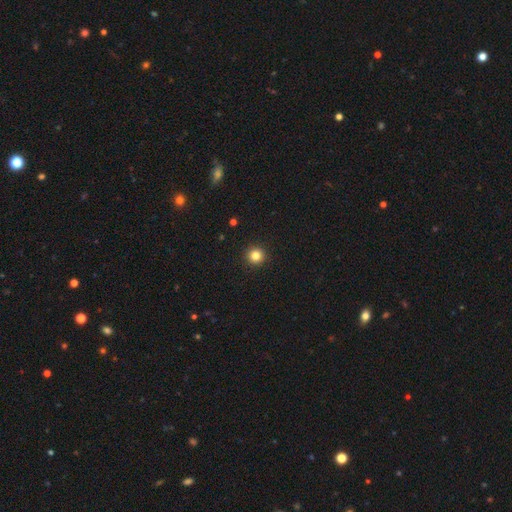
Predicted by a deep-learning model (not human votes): This appears to be a smooth galaxy with no disk features (82%) that is round (96%). Merging: none (94%).